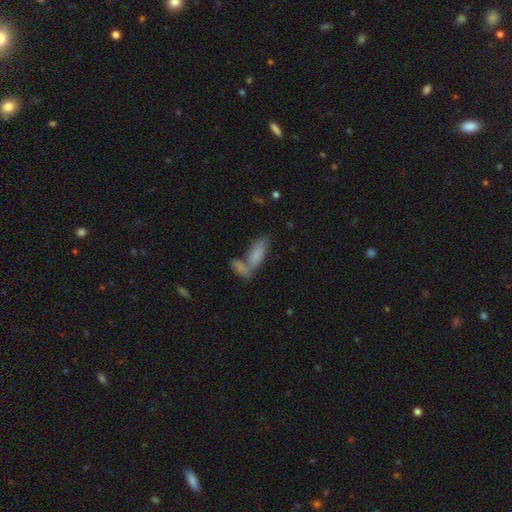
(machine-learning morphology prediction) smooth_or_featured: smooth (p=0.76) [alt: featured or disk p=0.15]
how_rounded: in between (p=0.62) [alt: cigar-shaped p=0.36]
merging: merger (p=0.46) [alt: none p=0.40]